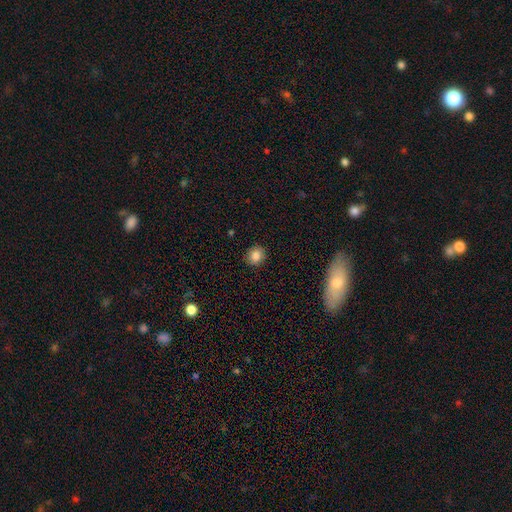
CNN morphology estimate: Overall: smooth (84%). How rounded: round (83%). Merging: none (90%).